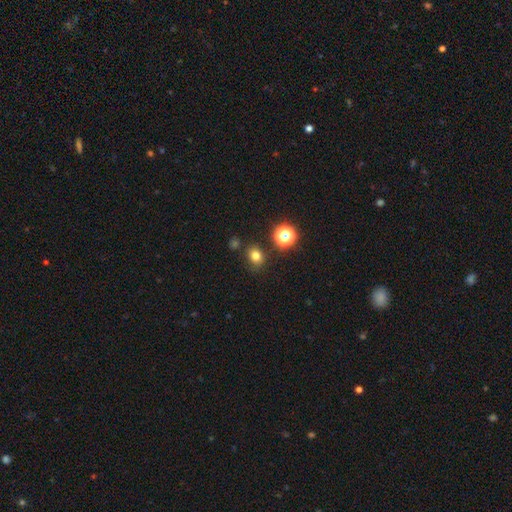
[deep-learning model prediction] Q: Smooth or featured?
A: smooth (77%); runner-up: star or artifact (17%)
Q: How rounded?
A: round (58%); runner-up: in between (41%)
Q: Merging?
A: none (81%); runner-up: minor disturbance (11%)